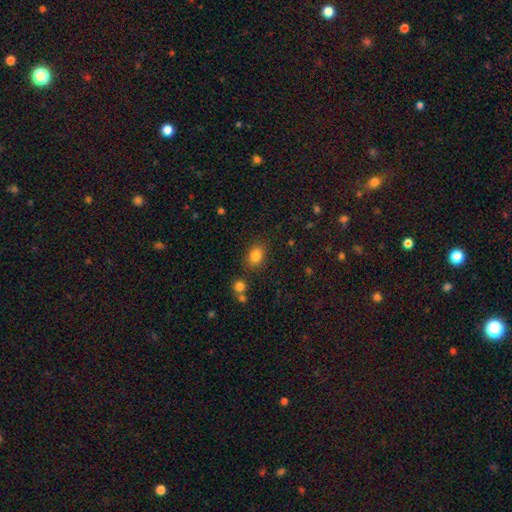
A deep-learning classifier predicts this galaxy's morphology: The model was most divided on "how rounded": in between: 69%, round: 30%, cigar-shaped: 1%. More confident: smooth or featured — smooth (84%); merging — none (82%).